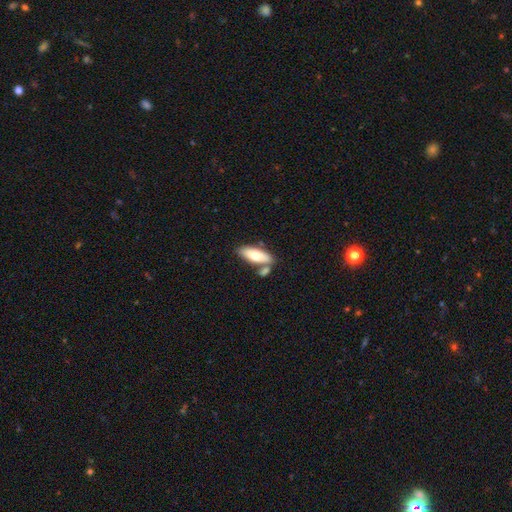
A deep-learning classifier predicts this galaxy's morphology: A smooth galaxy with no disk features (71%) that is in between round and cigar-shaped (72%). Merging: none (61%).